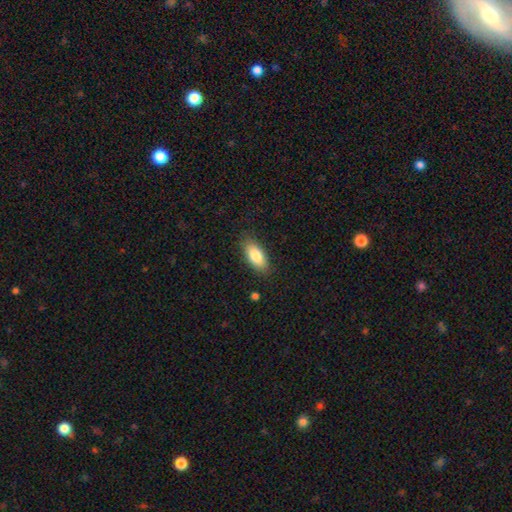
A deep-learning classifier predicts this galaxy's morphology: smooth_or_featured: smooth (p=0.83) [alt: featured or disk p=0.10]
how_rounded: in between (p=0.87) [alt: cigar-shaped p=0.11]
merging: none (p=0.85) [alt: minor disturbance p=0.11]